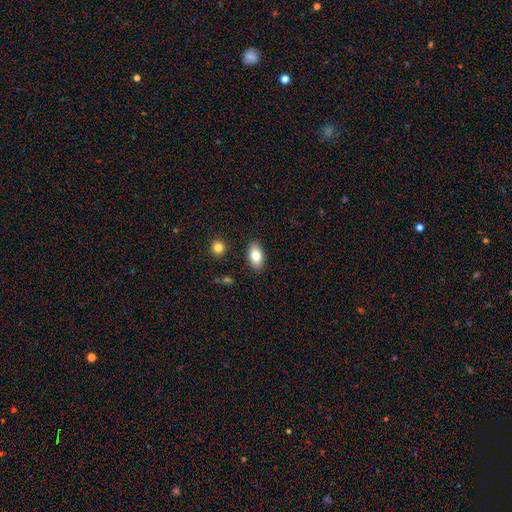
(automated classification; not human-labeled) Morphology: type=smooth (80%); roundness=in between (91%); merging=none (87%).